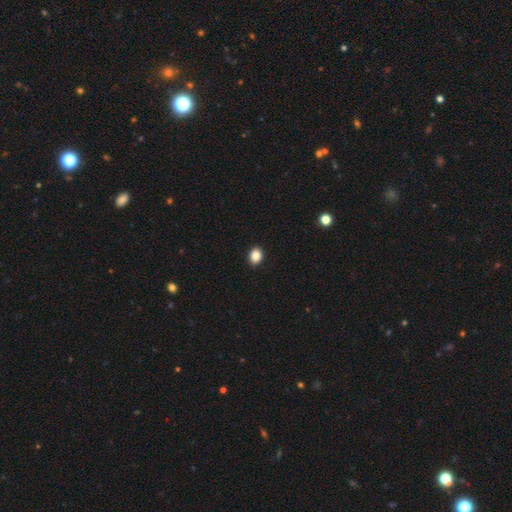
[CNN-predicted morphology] A smooth galaxy with no disk features (87%) that is in between round and cigar-shaped (60%). Merging: none (91%).